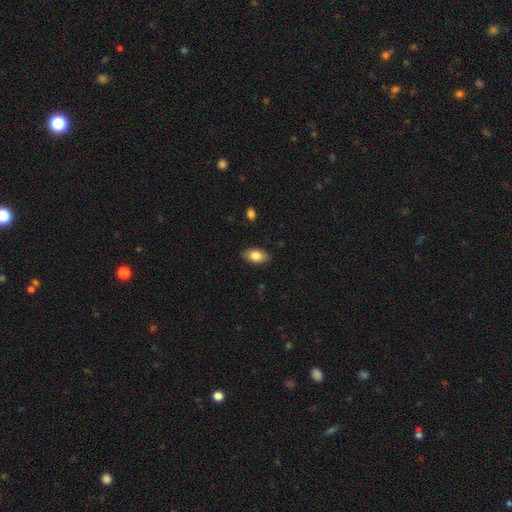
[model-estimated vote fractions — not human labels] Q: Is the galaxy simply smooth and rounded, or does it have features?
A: smooth — 82%.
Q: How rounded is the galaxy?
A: in between — 93%.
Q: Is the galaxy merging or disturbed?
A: none — 88%.